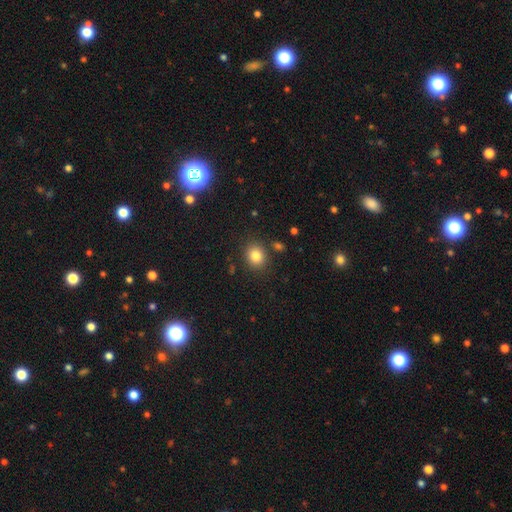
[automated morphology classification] Smooth or featured? smooth (83%)
How rounded? round (67%)
Merging? none (84%)